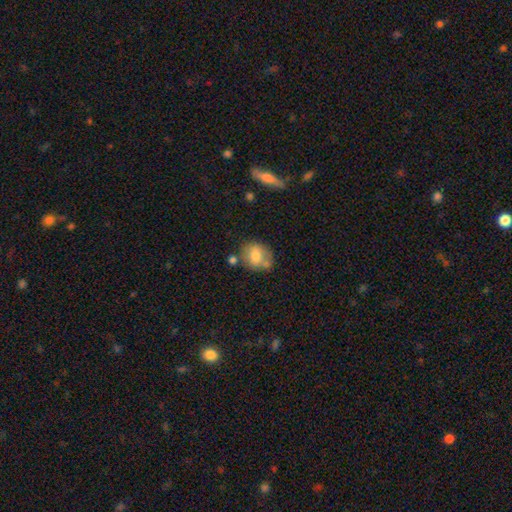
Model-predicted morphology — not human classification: The model was most divided on "how rounded": round: 69%, in between: 30%, cigar-shaped: 1%. More confident: smooth or featured — smooth (74%); merging — none (59%).